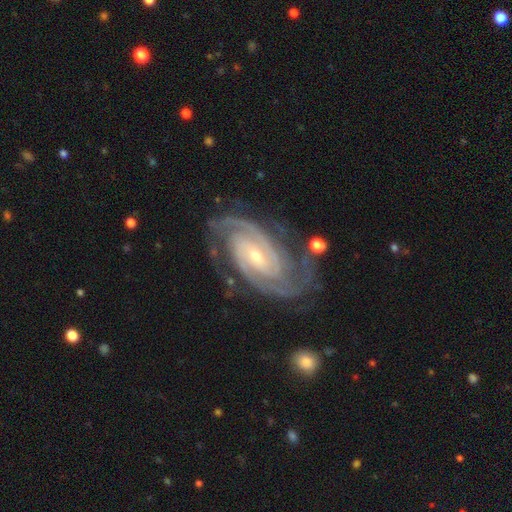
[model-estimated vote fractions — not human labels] Smooth or featured?
  - featured or disk: 93% *
  - star or artifact: 4%
  - smooth: 3%
Edge-on disk?
  - no: 97% *
  - yes: 3%
Bar?
  - weak: 41% *
  - no: 33%
  - strong: 26%
Spiral arms?
  - yes: 99% *
  - no: 1%
Spiral winding?
  - tight: 70% *
  - medium: 26%
  - loose: 3%
Spiral arm count?
  - 2: 61% *
  - 3: 18%
  - 4: 7%
  - can't tell: 7%
  - more than 4: 3%
  - 1: 3%
Bulge size?
  - small: 67% *
  - moderate: 30%
  - large: 1%
  - none: 1%
  - dominant: 1%
Merging?
  - none: 74% *
  - minor disturbance: 17%
  - major disturbance: 6%
  - merger: 3%